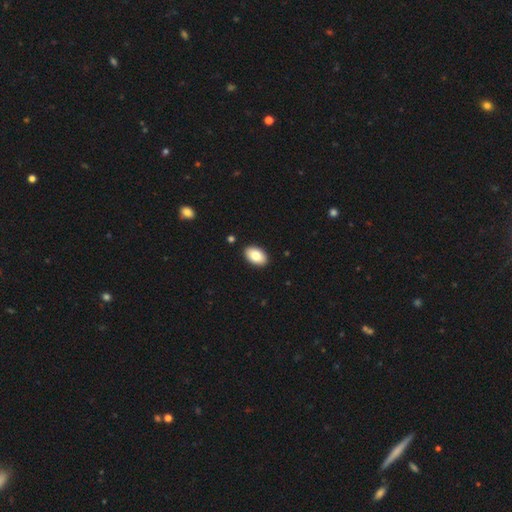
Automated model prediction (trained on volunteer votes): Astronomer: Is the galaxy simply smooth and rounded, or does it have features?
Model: smooth — 86%.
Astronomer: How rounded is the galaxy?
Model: in between — 94%.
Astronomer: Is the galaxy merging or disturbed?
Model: none — 90%.